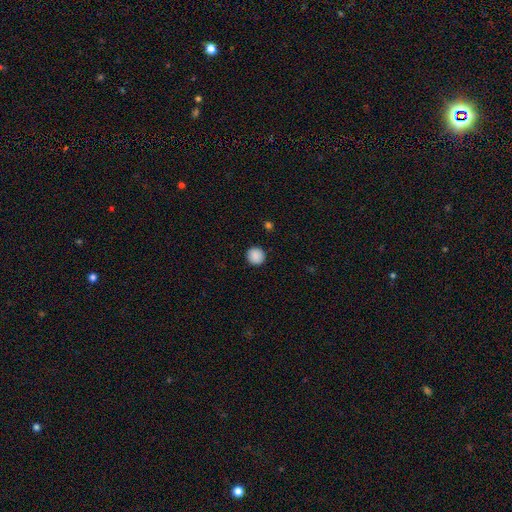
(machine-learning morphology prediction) This is clearly a smooth galaxy (89%). How rounded: clearly round (94%). Merging: clearly none (92%).